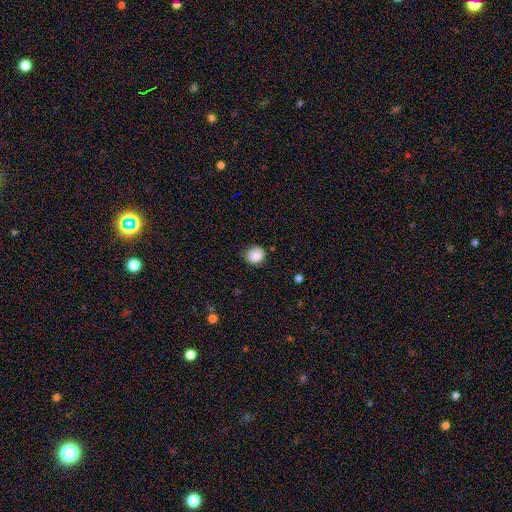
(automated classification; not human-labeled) smooth 87%, star or artifact 9%, featured or disk 4%. Down the decision tree: how rounded — round (81%); merging — none (81%).